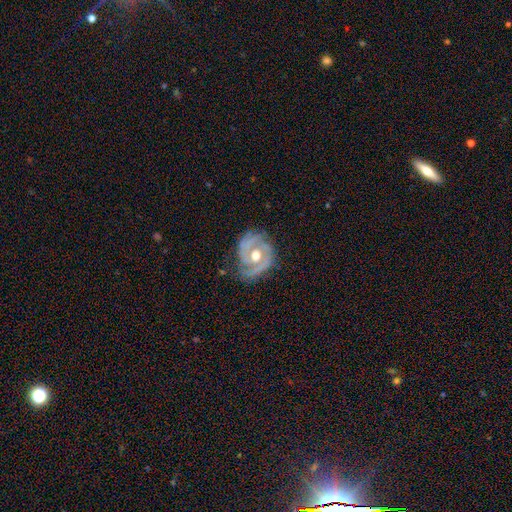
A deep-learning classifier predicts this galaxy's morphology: A featured or disk galaxy (86%) with no bar (63%), 2 (57%) tight (57%) spiral arms (93%) and a moderate central bulge (80%). Merging: none (69%).